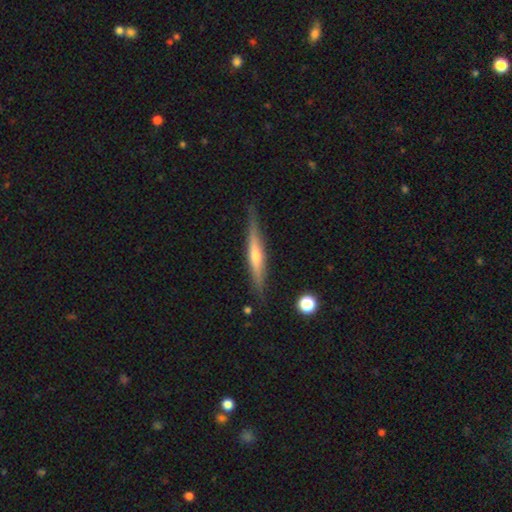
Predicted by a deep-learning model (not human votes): Overall: featured or disk (65%; smooth 29%). Edge-on disk: yes (96%). Edge-on bulge: rounded (71%). Merging: none (85%).